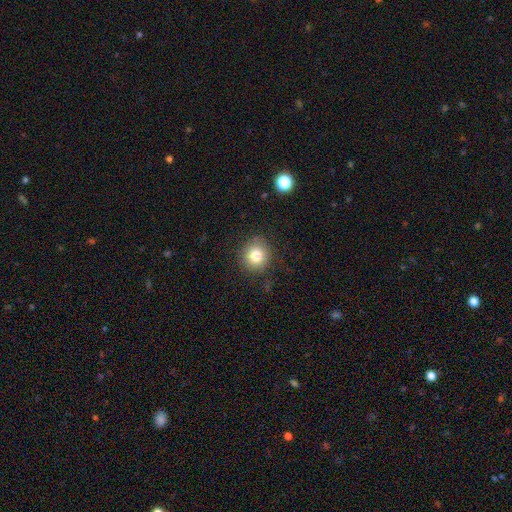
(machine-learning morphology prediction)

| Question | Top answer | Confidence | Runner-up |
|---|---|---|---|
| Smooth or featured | smooth | 81% | star or artifact (11%) |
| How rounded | round | 90% | in between (9%) |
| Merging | none | 87% | minor disturbance (9%) |